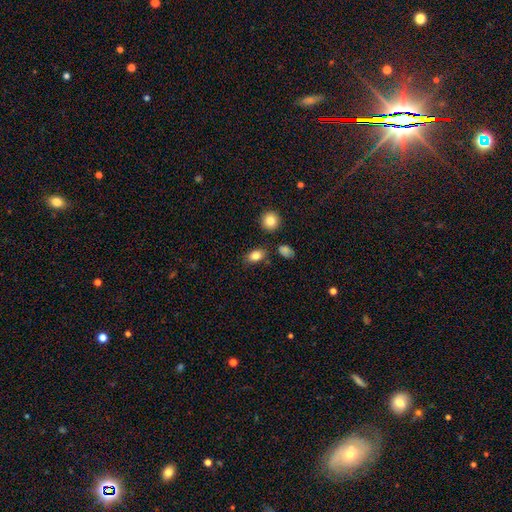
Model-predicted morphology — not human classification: A smooth galaxy with no disk features (81%) that is in between round and cigar-shaped (79%). Merging: none (80%).